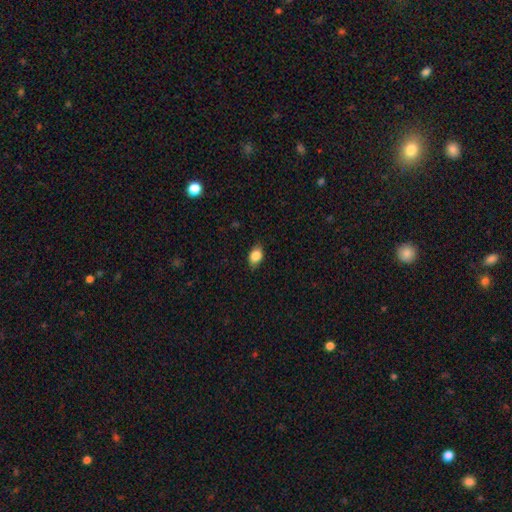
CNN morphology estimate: A smooth galaxy with no disk features (85%) that is in between round and cigar-shaped (81%).

Vote fractions:
- Smooth or featured? smooth: 85% / star or artifact: 8% / featured or disk: 7%
- How rounded? in between: 81% / round: 17% / cigar-shaped: 2%
- Merging? none: 83% / minor disturbance: 14% / major disturbance: 3% / merger: 1%